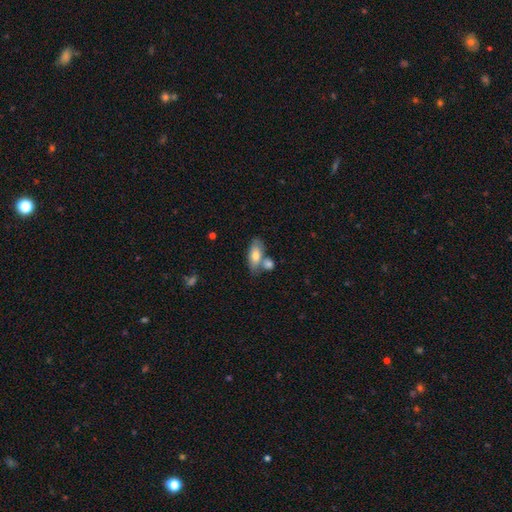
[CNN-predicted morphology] type=smooth (73%); roundness=in between (82%); merging=none (50%).